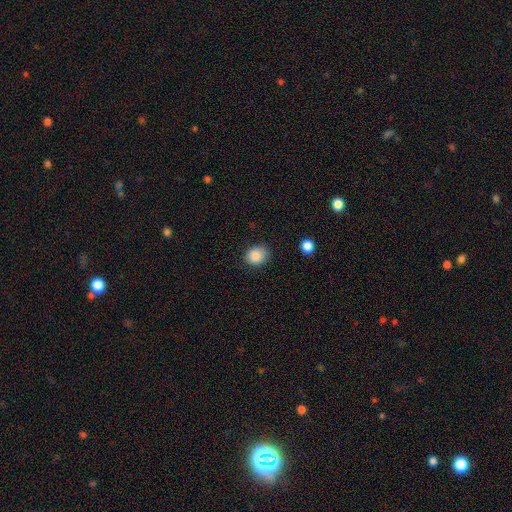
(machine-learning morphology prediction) smooth-or-featured: smooth: 87% | star or artifact: 9% | featured or disk: 4%
  how-rounded: round: 58% | in between: 41% | cigar-shaped: 1%
  merging: none: 79% | minor disturbance: 16% | major disturbance: 3% | merger: 2%